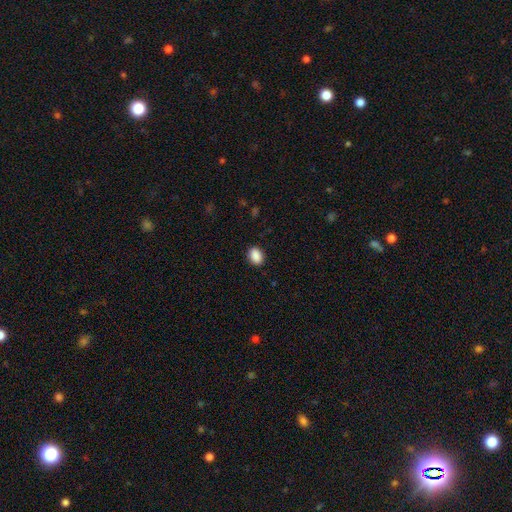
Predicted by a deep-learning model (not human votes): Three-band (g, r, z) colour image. It shows a smooth galaxy with no disk features (89%) that is in between round and cigar-shaped (77%). Merging: none (89%).